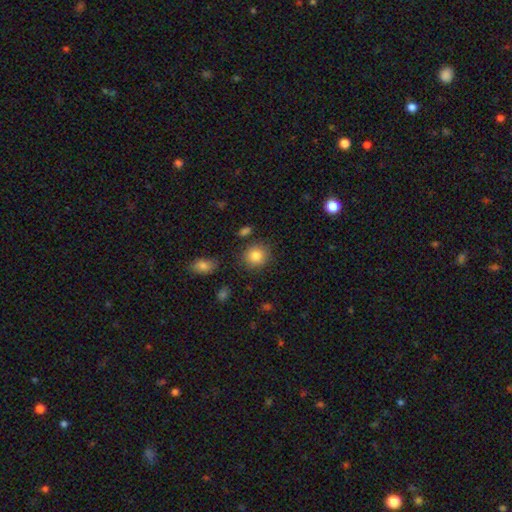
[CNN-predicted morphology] type=smooth (84%); roundness=round (85%); merging=none (84%).